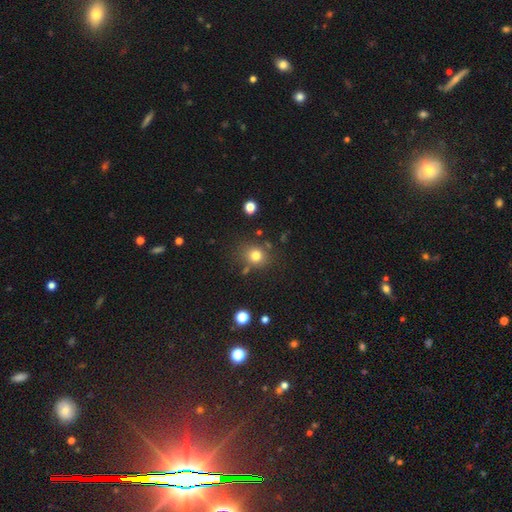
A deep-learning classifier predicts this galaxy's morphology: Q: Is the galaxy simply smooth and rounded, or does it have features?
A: smooth — 78%.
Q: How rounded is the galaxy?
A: round — 77%.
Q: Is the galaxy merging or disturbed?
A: none — 78%.